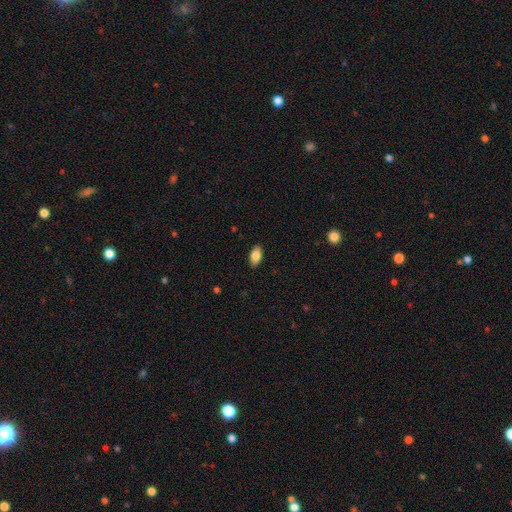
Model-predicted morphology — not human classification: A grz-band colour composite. It shows a smooth galaxy with no disk features (84%) that is in between round and cigar-shaped (92%). Merging: none (88%).